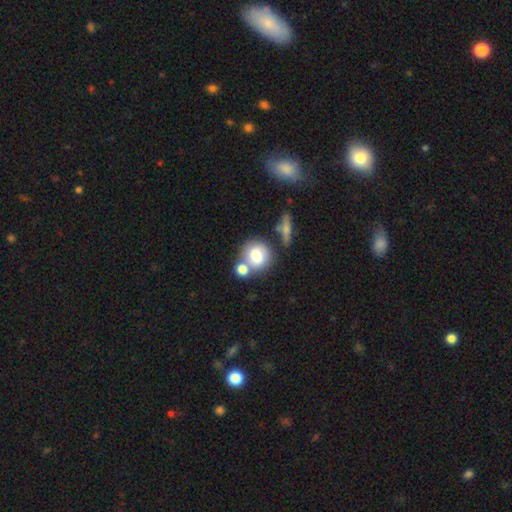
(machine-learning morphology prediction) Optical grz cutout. It shows a smooth galaxy with no disk features (75%) that is round (77%). Merging: none (50%).